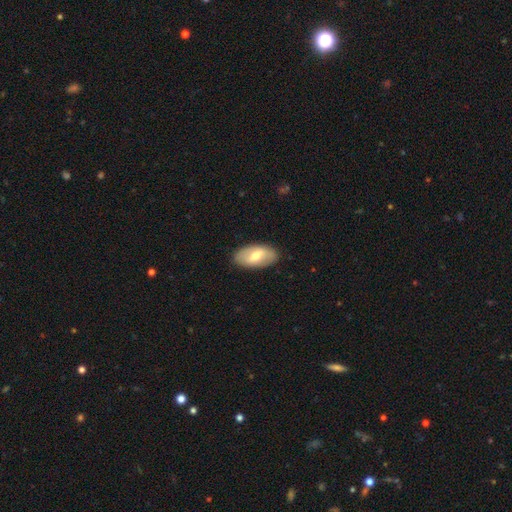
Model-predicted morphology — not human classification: Smooth or featured: smooth — 55% (featured or disk — 39%)
How rounded: in between — 93% (round — 4%)
Merging: none — 87% (minor disturbance — 10%)